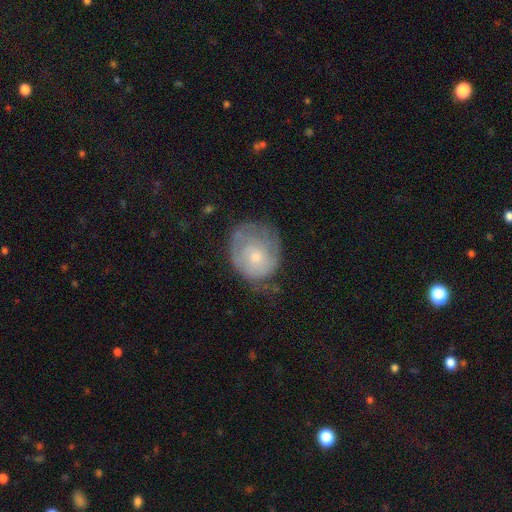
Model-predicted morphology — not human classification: A featured or disk galaxy (55%) with no bar (83%), spiral arms (67%) and a small central bulge (59%).

Vote fractions:
- Smooth or featured? featured or disk: 55% / smooth: 37% / star or artifact: 8%
- Edge-on disk? no: 97% / yes: 3%
- Bar? no: 83% / weak: 15% / strong: 2%
- Spiral arms? yes: 67% / no: 33%
- Bulge size? small: 59% / moderate: 34% / none: 3% / large: 3% / dominant: 1%
- Merging? none: 51% / minor disturbance: 30% / major disturbance: 17% / merger: 2%